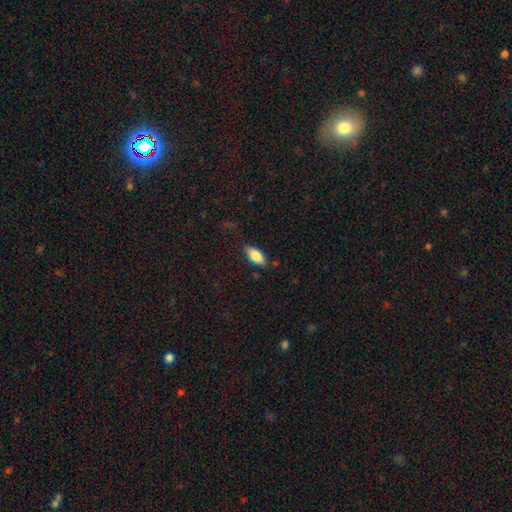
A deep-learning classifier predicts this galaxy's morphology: smooth-or-featured: smooth: 83% | featured or disk: 10% | star or artifact: 7%
  how-rounded: in between: 88% | cigar-shaped: 10% | round: 2%
  merging: none: 80% | minor disturbance: 15% | major disturbance: 4% | merger: 2%